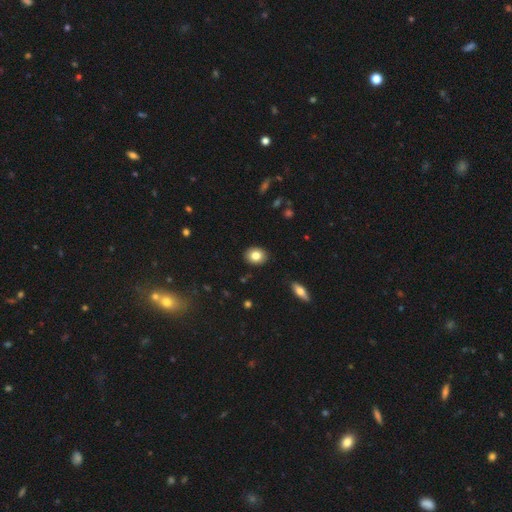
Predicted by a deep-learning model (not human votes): Overall: smooth (82%). How rounded: in between (52%; round 47%). Merging: none (90%).